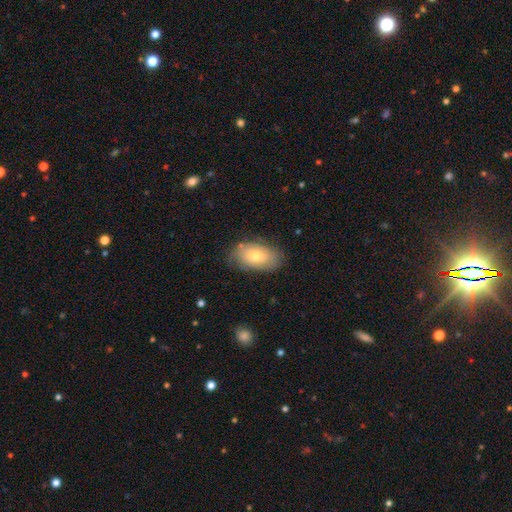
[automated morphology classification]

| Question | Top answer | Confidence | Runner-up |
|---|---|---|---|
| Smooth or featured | smooth | 65% | featured or disk (27%) |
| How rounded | in between | 92% | round (6%) |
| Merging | none | 78% | minor disturbance (17%) |